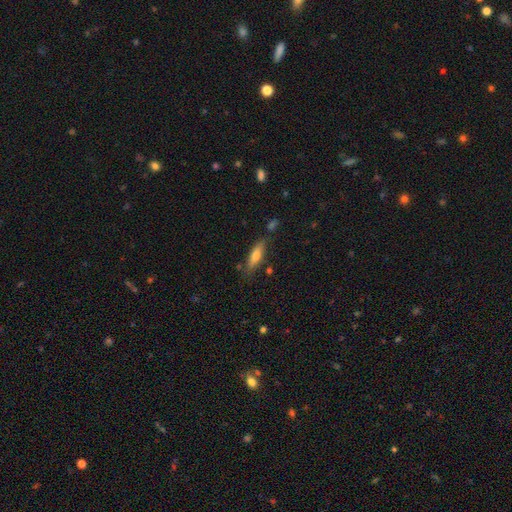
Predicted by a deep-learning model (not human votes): smooth_or_featured: smooth (p=0.66) [alt: featured or disk p=0.27]
how_rounded: cigar-shaped (p=0.55) [alt: in between p=0.43]
merging: none (p=0.74) [alt: minor disturbance p=0.17]